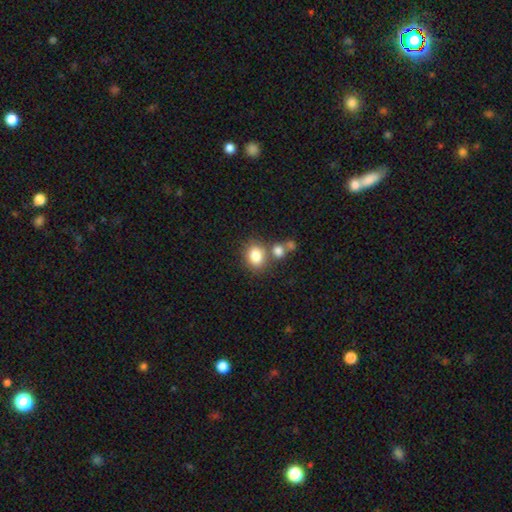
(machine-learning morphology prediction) Smooth or featured? Predicted: smooth (p=0.82). How rounded? Predicted: round (p=0.53). Merging? Predicted: none (p=0.59).